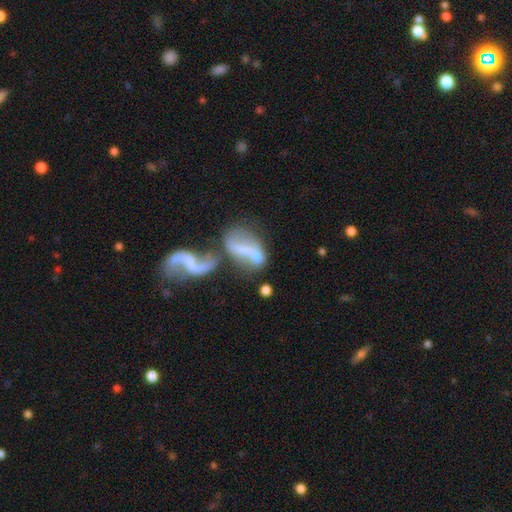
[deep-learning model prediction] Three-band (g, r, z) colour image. It shows a featured or disk galaxy (51%). Merging: merger (51%).